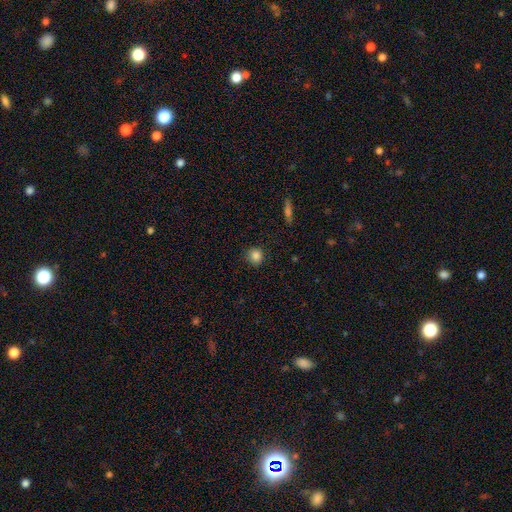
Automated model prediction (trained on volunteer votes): Smooth or featured: smooth — 85% (star or artifact — 10%)
How rounded: round — 87% (in between — 12%)
Merging: none — 86% (minor disturbance — 10%)